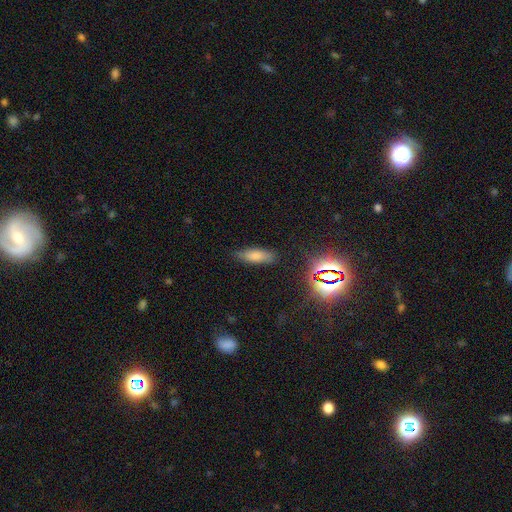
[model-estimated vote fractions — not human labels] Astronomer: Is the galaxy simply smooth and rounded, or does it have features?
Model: smooth — 64%.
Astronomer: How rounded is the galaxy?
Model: in between — 55% (runner-up: cigar-shaped, 40%).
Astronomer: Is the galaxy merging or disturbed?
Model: none — 83%.